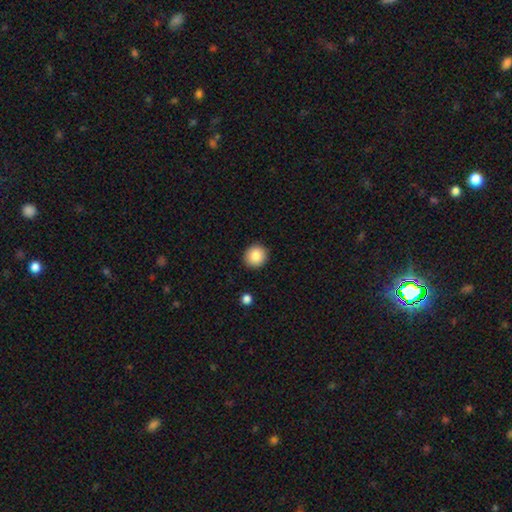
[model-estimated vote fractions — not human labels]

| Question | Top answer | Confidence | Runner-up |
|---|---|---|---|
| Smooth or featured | smooth | 87% | star or artifact (8%) |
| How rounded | round | 89% | in between (10%) |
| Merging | none | 91% | minor disturbance (6%) |